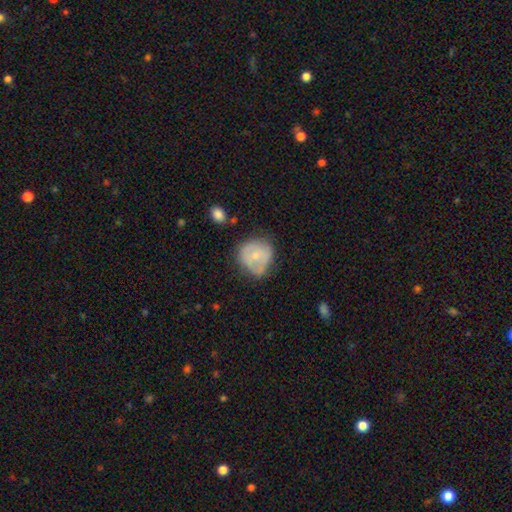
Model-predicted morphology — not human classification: Smooth or featured? Predicted: smooth (p=0.56). How rounded? Predicted: round (p=0.76). Merging? Predicted: none (p=0.47).